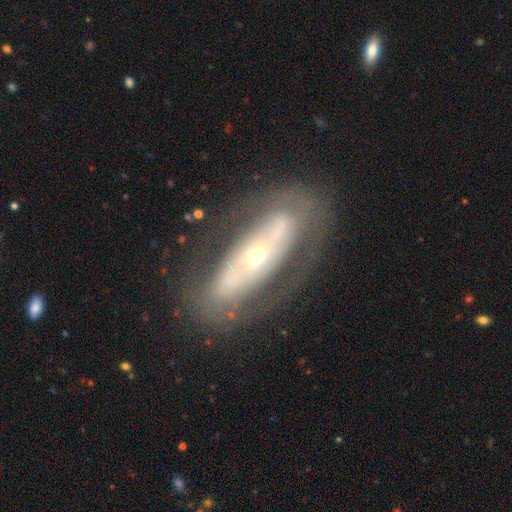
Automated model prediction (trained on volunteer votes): Overall: featured or disk (72%). Edge-on disk: no (81%). Bar: no (67%). Spiral arms: no (61%; yes 39%). Bulge size: small (66%; moderate 29%). Merging: none (69%).